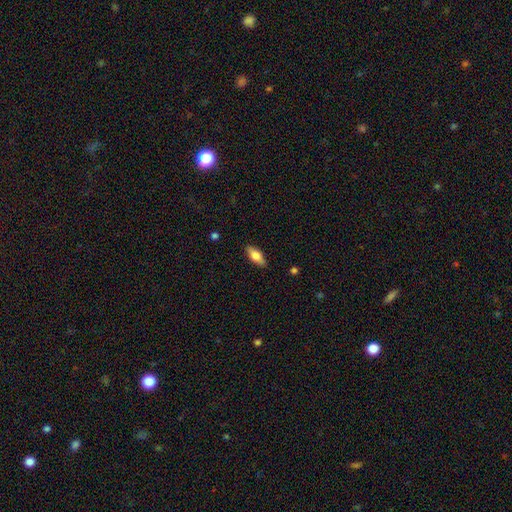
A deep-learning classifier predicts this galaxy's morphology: Q: Smooth or featured?
A: smooth (72%); runner-up: featured or disk (22%)
Q: How rounded?
A: in between (78%); runner-up: cigar-shaped (19%)
Q: Merging?
A: none (87%); runner-up: minor disturbance (10%)